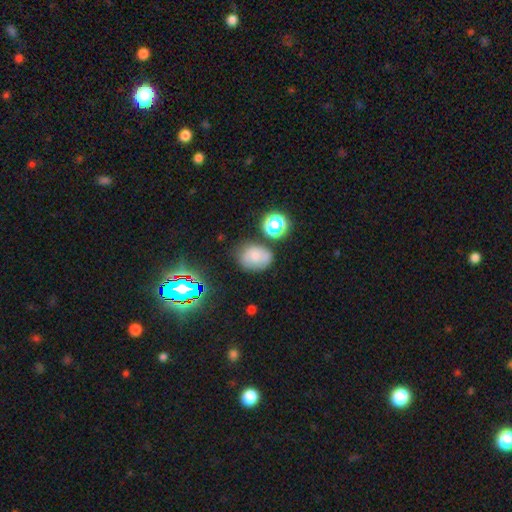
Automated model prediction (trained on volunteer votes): The model was most divided on "how rounded": in between: 59%, round: 40%, cigar-shaped: 1%. More confident: smooth or featured — smooth (70%); merging — none (61%).